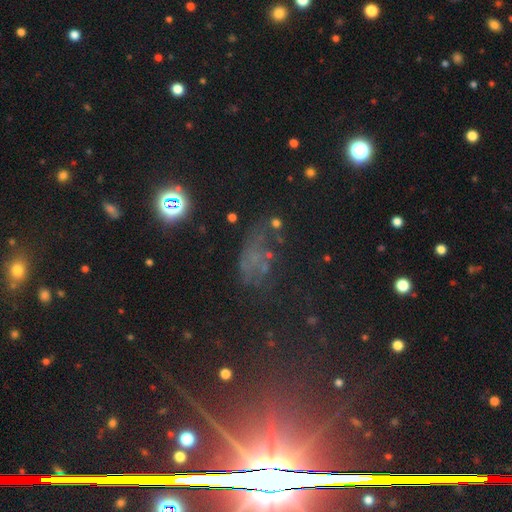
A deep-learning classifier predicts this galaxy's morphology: Smooth or featured? Predicted: star or artifact (p=0.47).